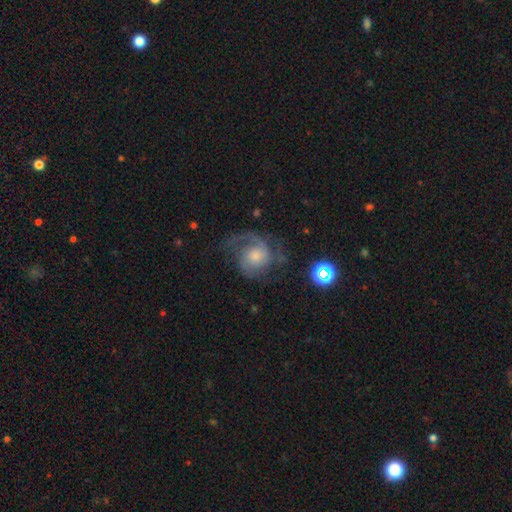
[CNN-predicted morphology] Overall: featured or disk (81%). Edge-on disk: no (98%). Bar: no (72%). Spiral arms: yes (96%). Spiral arm count: 2 (54%; 1 21%). Spiral winding: medium (47%; tight 33%). Bulge size: moderate (44%; small 35%). Merging: none (60%).